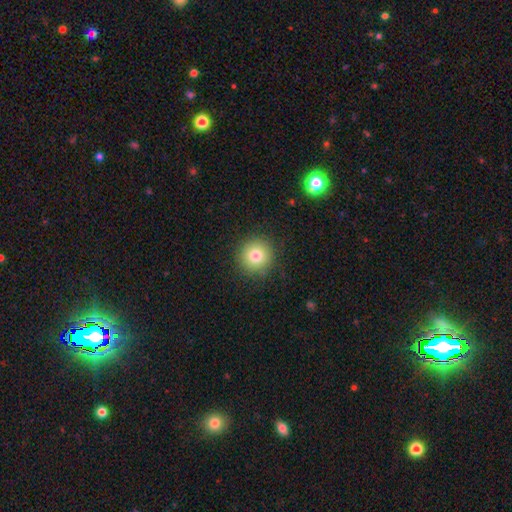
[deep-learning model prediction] The model was most divided on "smooth or featured": smooth: 80%, star or artifact: 11%, featured or disk: 9%. More confident: how rounded — round (94%); merging — none (90%).